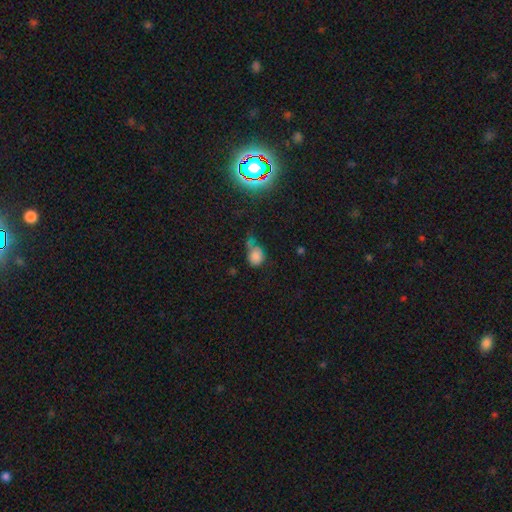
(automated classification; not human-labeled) Smooth or featured?
  - smooth: 73% *
  - star or artifact: 18%
  - featured or disk: 10%
How rounded?
  - round: 53% *
  - in between: 45%
  - cigar-shaped: 2%
Merging?
  - none: 34% *
  - minor disturbance: 31%
  - major disturbance: 20%
  - merger: 15%